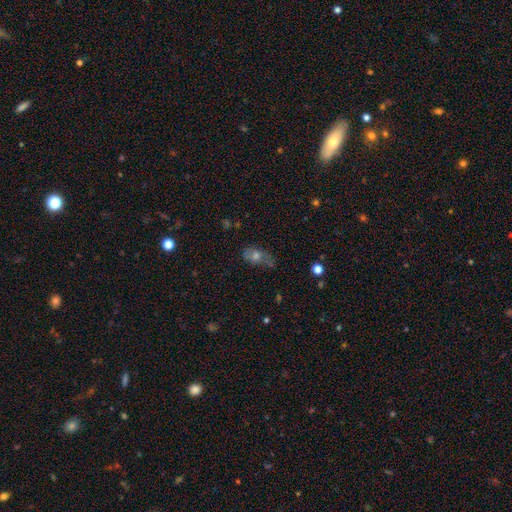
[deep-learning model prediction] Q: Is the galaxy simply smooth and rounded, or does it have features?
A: smooth — 50%.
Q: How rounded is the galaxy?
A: in between — 77%.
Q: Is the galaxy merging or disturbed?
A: none — 53%.